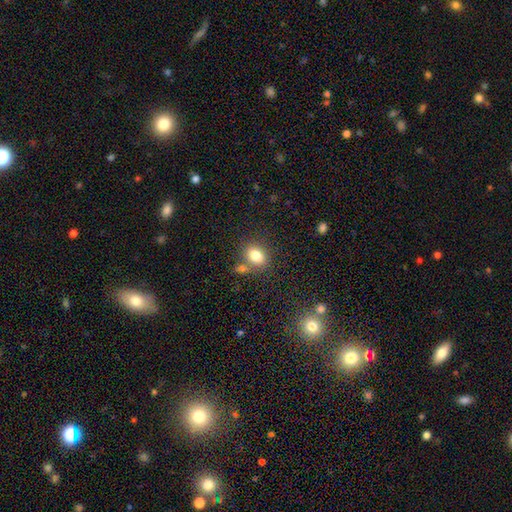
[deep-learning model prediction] smooth 82%, star or artifact 10%, featured or disk 8%. Down the decision tree: how rounded — in between (68%); merging — none (64%).